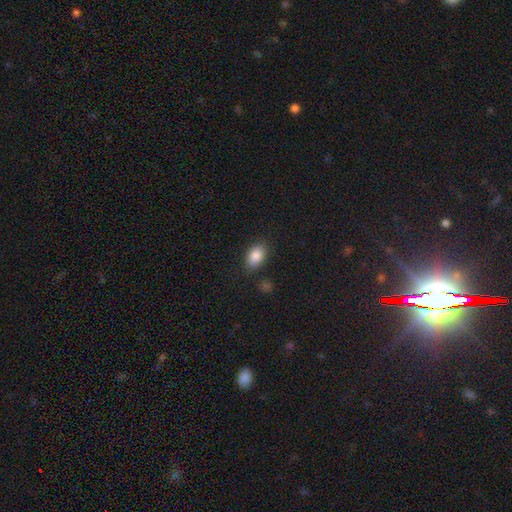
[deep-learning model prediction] The model was most divided on "merging": none: 81%, minor disturbance: 13%, major disturbance: 3%, merger: 3%. More confident: how rounded — in between (87%); smooth or featured — smooth (86%).